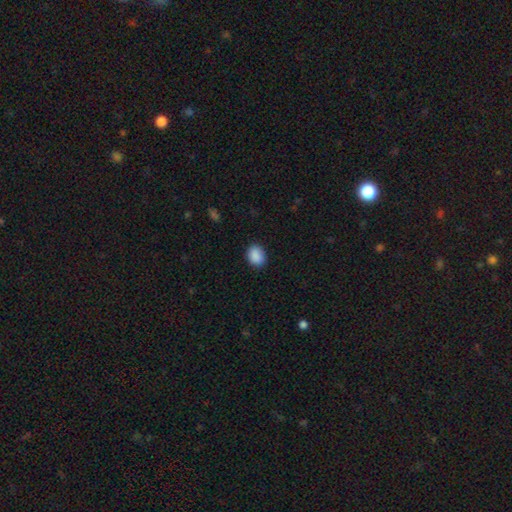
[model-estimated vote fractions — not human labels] Q: Smooth or featured?
A: smooth (90%); runner-up: star or artifact (8%)
Q: How rounded?
A: in between (61%); runner-up: round (38%)
Q: Merging?
A: none (87%); runner-up: minor disturbance (9%)